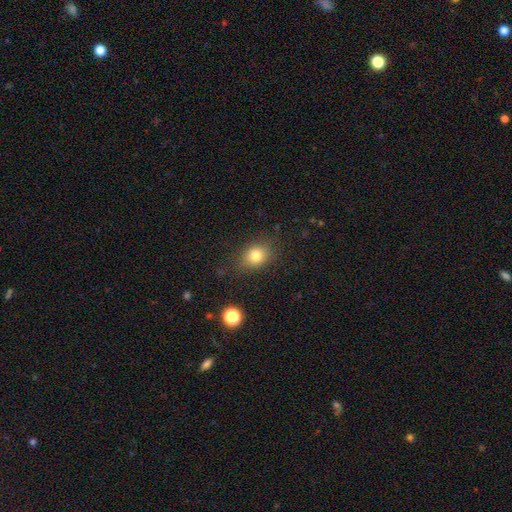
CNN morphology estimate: Smooth or featured? smooth (78%)
How rounded? round (51%)
Merging? none (80%)